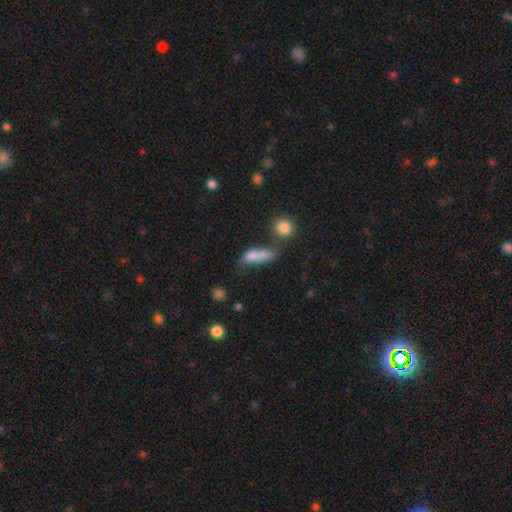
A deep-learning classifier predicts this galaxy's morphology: Smooth or featured: smooth — 68% (featured or disk — 19%)
How rounded: in between — 67% (cigar-shaped — 20%)
Merging: merger — 49% (none — 21%)